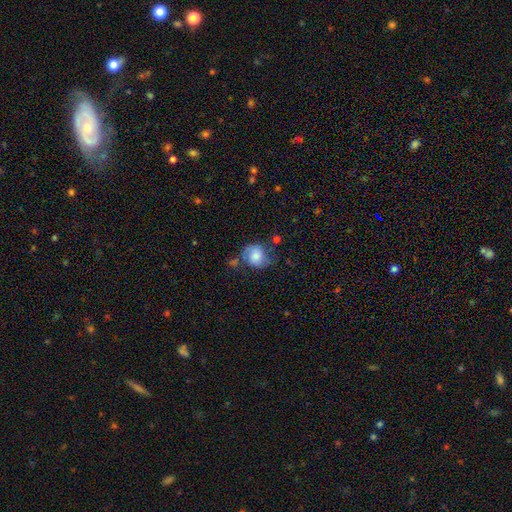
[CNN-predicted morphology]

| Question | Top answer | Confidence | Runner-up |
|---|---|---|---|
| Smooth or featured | smooth | 54% | featured or disk (37%) |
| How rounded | round | 65% | in between (34%) |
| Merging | none | 49% | minor disturbance (28%) |